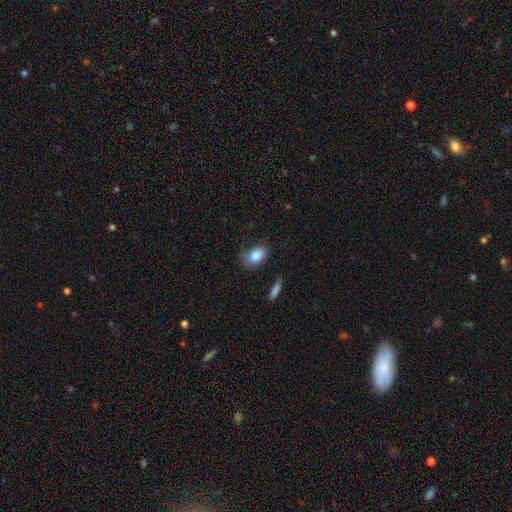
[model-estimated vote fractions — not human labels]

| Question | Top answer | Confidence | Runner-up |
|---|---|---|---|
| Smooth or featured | smooth | 83% | featured or disk (9%) |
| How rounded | in between | 83% | round (16%) |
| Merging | none | 64% | minor disturbance (25%) |